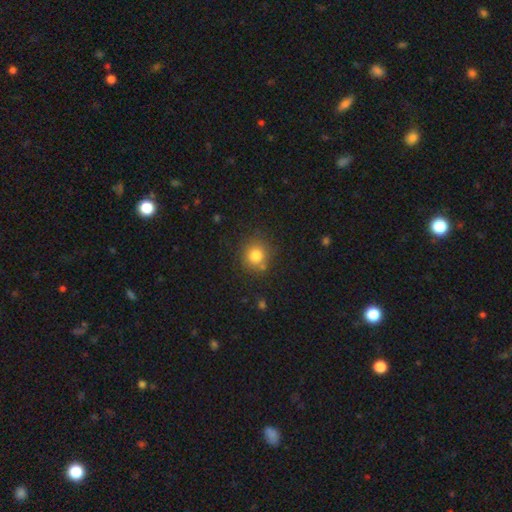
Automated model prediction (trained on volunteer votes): Overall: smooth (80%). How rounded: round (89%). Merging: none (79%).